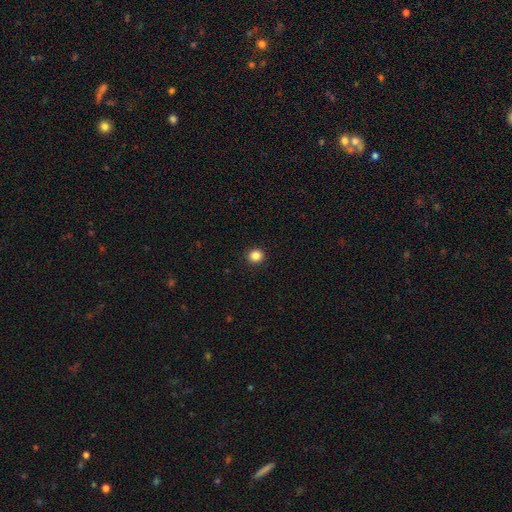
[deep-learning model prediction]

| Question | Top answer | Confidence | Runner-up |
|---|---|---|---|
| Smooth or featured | smooth | 86% | star or artifact (11%) |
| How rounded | round | 90% | in between (9%) |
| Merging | none | 93% | minor disturbance (5%) |